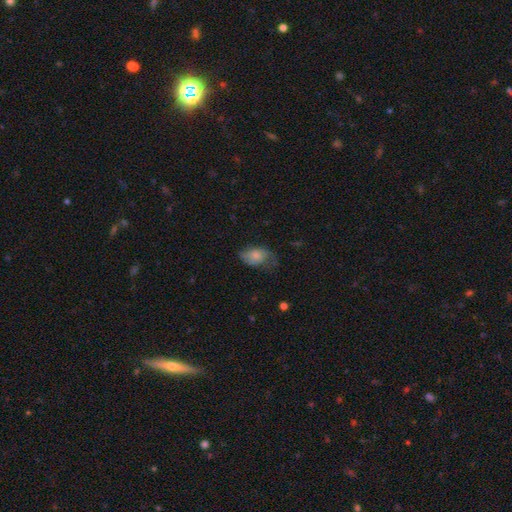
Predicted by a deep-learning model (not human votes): The model was most divided on "merging": none: 40%, minor disturbance: 34%, major disturbance: 23%, merger: 2%. More confident: how rounded — in between (87%); smooth or featured — smooth (64%).